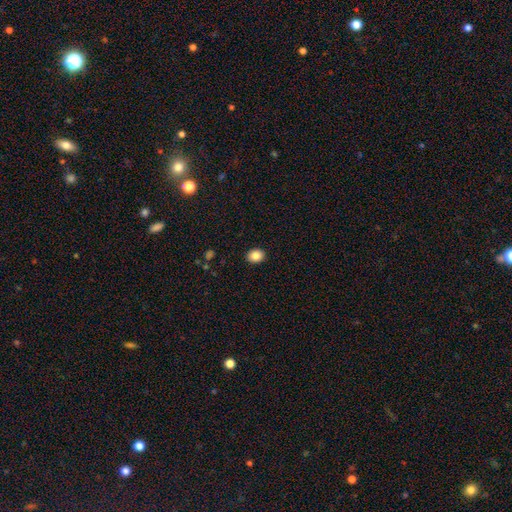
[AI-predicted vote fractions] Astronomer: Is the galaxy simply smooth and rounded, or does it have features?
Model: smooth — 85%.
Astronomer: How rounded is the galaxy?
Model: round — 51% (runner-up: in between, 49%).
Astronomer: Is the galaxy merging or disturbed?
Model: none — 91%.